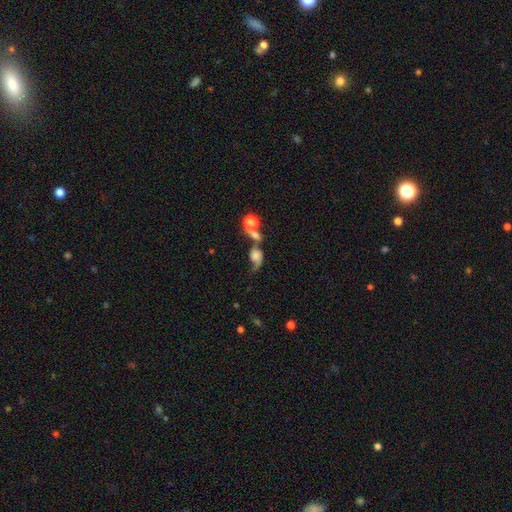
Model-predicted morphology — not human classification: smooth 47%, featured or disk 40%, star or artifact 13%. Down the decision tree: merging — merger (37%).